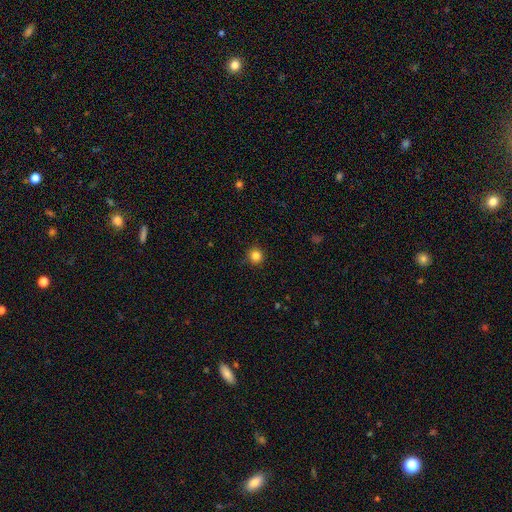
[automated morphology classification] The model was most divided on "smooth or featured": smooth: 84%, star or artifact: 12%, featured or disk: 4%. More confident: how rounded — round (94%); merging — none (90%).